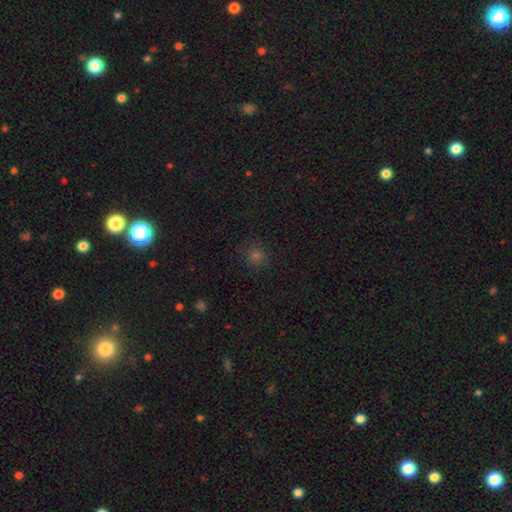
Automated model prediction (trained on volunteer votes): Q: Smooth or featured?
A: smooth (66%); runner-up: star or artifact (27%)
Q: How rounded?
A: round (91%); runner-up: in between (8%)
Q: Merging?
A: none (87%); runner-up: minor disturbance (9%)